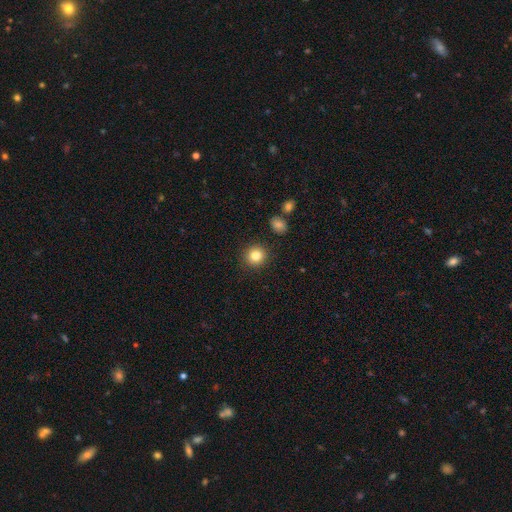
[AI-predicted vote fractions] smooth 83%, star or artifact 11%, featured or disk 6%. Down the decision tree: how rounded — round (91%); merging — none (90%).